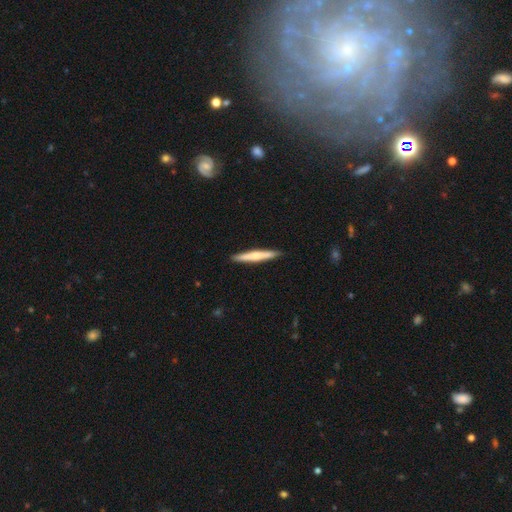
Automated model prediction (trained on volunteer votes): This is possibly a smooth galaxy (51%). How rounded: clearly cigar-shaped (95%). Merging: clearly none (92%).